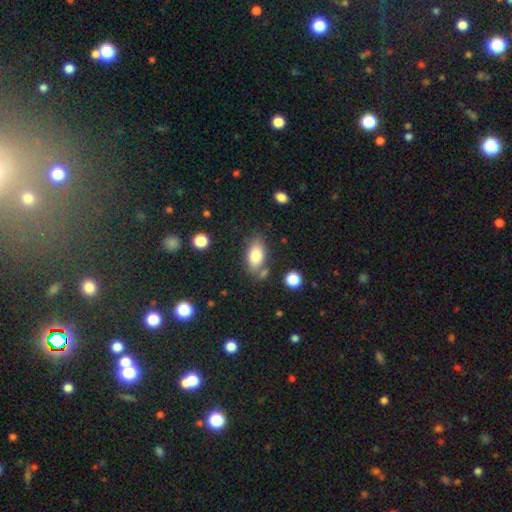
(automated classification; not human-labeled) smooth-or-featured: smooth: 81% | featured or disk: 11% | star or artifact: 8%
  how-rounded: in between: 91% | round: 5% | cigar-shaped: 4%
  merging: none: 69% | minor disturbance: 16% | merger: 10% | major disturbance: 5%